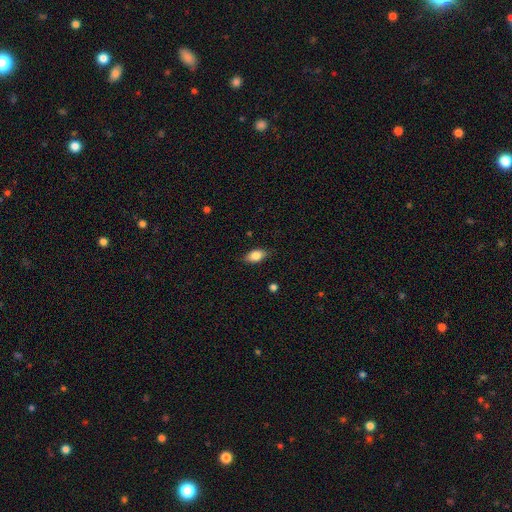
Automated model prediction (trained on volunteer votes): Smooth or featured? smooth (83%)
How rounded? in between (89%)
Merging? none (83%)